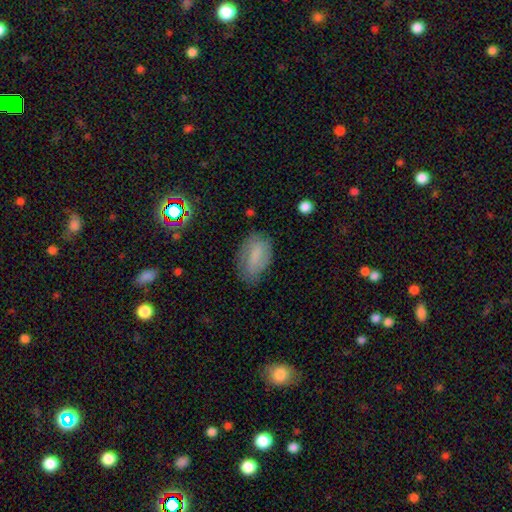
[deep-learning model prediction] Overall: smooth (67%). How rounded: in between (89%). Merging: none (67%).